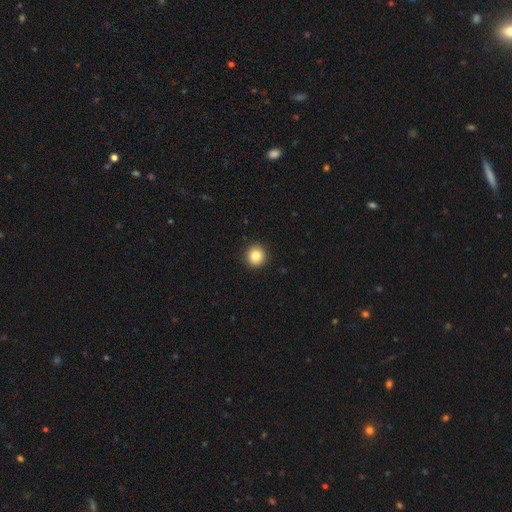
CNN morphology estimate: A smooth galaxy with no disk features (83%) that is round (94%). Merging: none (92%).